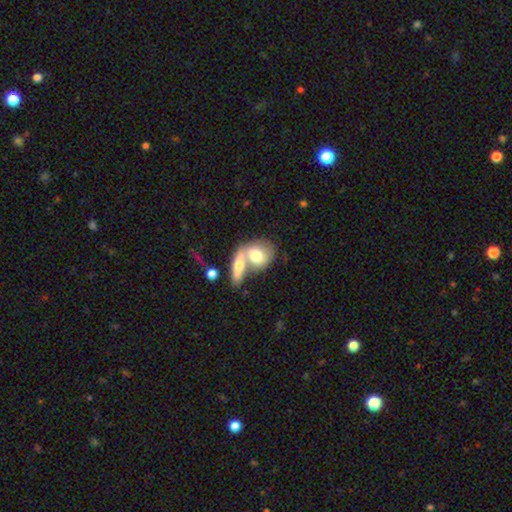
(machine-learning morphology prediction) A smooth galaxy with no disk features (62%) that is in between round and cigar-shaped (61%).

Vote fractions:
- Smooth or featured? smooth: 62% / featured or disk: 32% / star or artifact: 6%
- How rounded? in between: 61% / round: 33% / cigar-shaped: 6%
- Merging? merger: 66% / none: 23% / minor disturbance: 7% / major disturbance: 4%